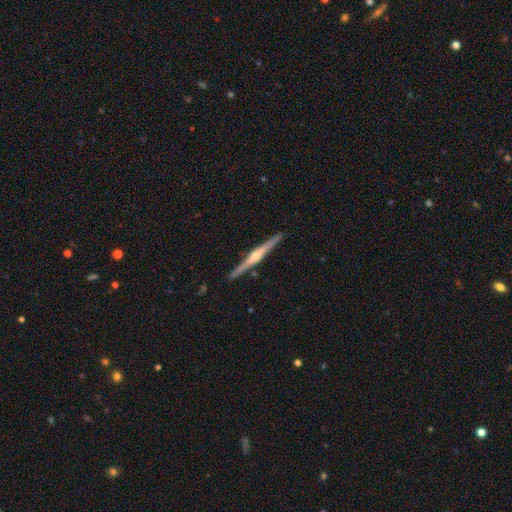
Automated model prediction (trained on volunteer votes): Smooth or featured? featured or disk (83%)
Edge-on disk? yes (99%)
Edge-on bulge? rounded (87%)
Merging? none (92%)